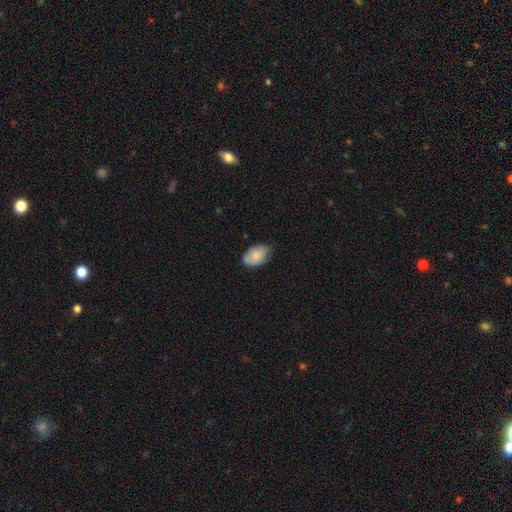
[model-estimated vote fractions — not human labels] The model was most divided on "merging": none: 67%, minor disturbance: 27%, major disturbance: 4%, merger: 1%. More confident: how rounded — in between (90%); smooth or featured — smooth (84%).